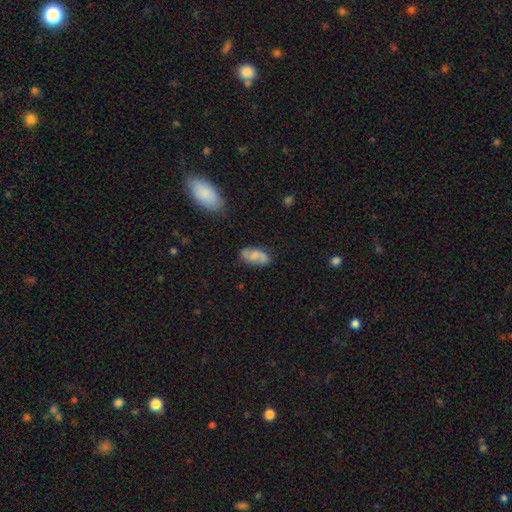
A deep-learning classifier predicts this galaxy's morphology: smooth_or_featured: featured or disk (p=0.49) [alt: smooth p=0.43]
merging: none (p=0.73) [alt: minor disturbance p=0.18]